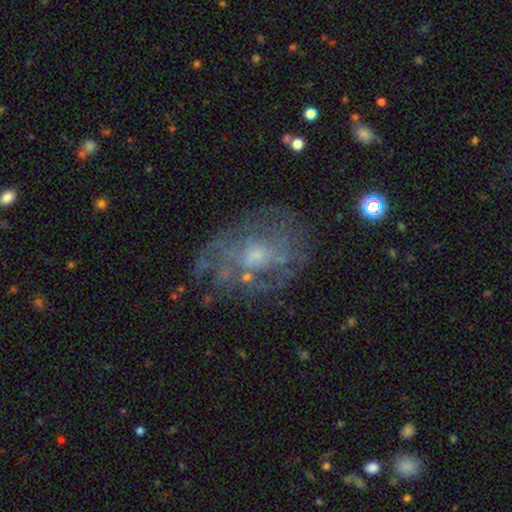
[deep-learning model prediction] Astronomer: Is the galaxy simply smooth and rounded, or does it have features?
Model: featured or disk — 70%.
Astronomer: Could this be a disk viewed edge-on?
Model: no — 97%.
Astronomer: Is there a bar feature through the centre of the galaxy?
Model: no — 74%.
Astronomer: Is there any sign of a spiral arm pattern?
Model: yes — 59% (runner-up: no, 41%).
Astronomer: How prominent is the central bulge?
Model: small — 55% (runner-up: moderate, 32%).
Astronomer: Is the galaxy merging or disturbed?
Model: none — 64%.